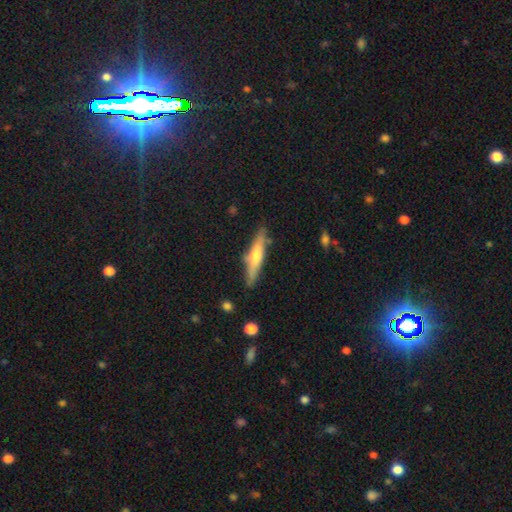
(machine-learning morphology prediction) The model was most divided on "smooth or featured": featured or disk: 55%, smooth: 36%, star or artifact: 8%. More confident: edge-on disk — yes (92%); merging — none (86%); edge-on bulge — rounded (82%).